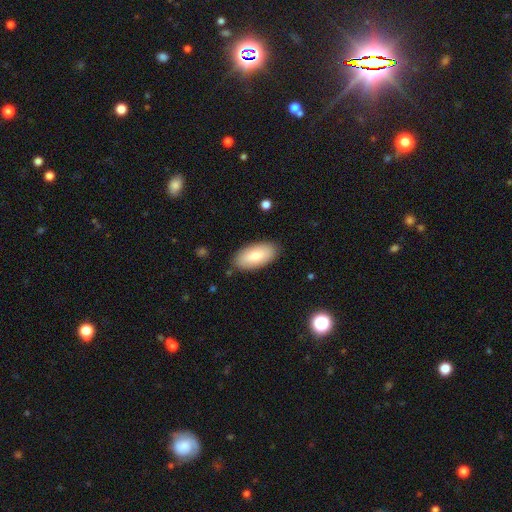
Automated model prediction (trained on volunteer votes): Smooth or featured? smooth (79%)
How rounded? in between (94%)
Merging? none (87%)